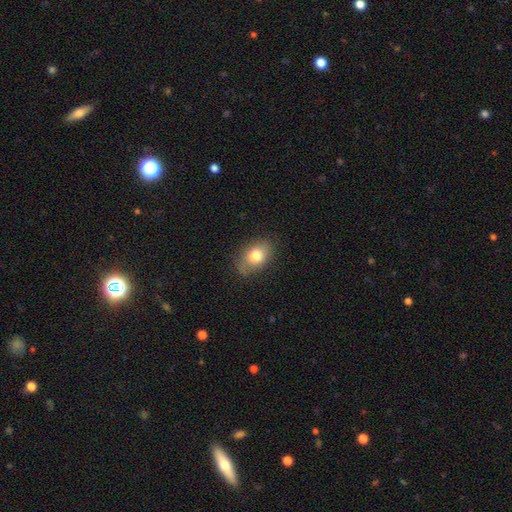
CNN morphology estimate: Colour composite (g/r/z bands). It shows a smooth galaxy with no disk features (77%) that is in between round and cigar-shaped (82%). Merging: none (75%).